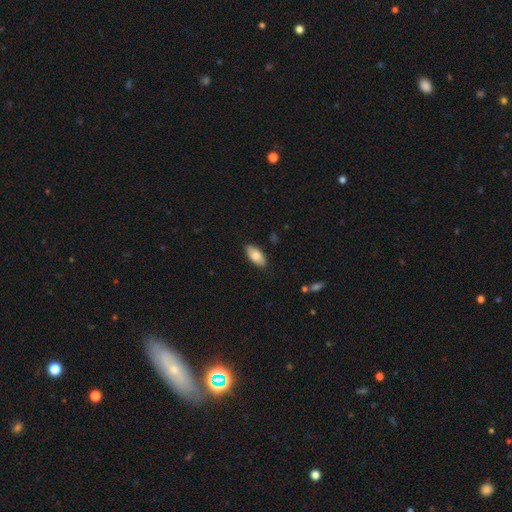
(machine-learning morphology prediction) A smooth galaxy with no disk features (82%) that is in between round and cigar-shaped (91%). Merging: none (87%).